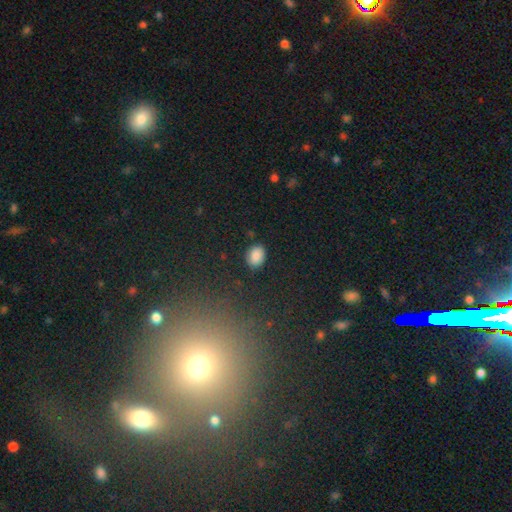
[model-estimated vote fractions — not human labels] Smooth or featured: smooth — 85% (star or artifact — 10%)
How rounded: in between — 62% (round — 37%)
Merging: none — 83% (minor disturbance — 12%)